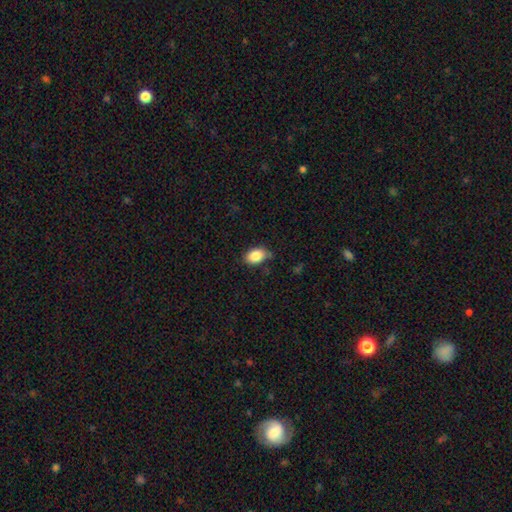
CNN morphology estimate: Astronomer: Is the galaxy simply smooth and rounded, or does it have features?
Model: smooth — 87%.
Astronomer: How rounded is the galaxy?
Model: in between — 86%.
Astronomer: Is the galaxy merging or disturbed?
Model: none — 73%.